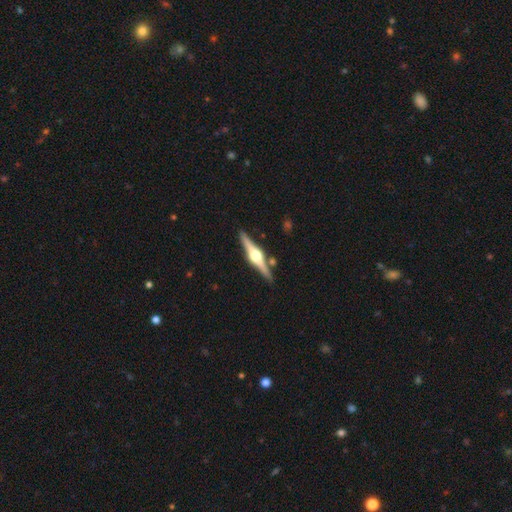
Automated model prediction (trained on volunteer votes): This appears to be a featured or disk galaxy (85%) viewed edge-on (98%) with a rounded central bulge (95%). Merging: none (88%).